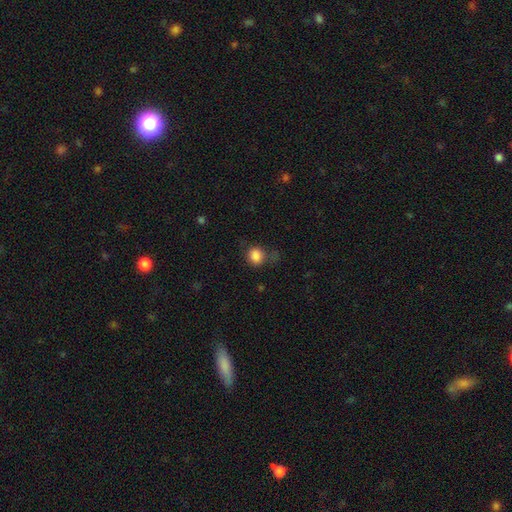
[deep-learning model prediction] Smooth or featured: smooth — 84% (star or artifact — 10%)
How rounded: round — 71% (in between — 28%)
Merging: none — 56% (minor disturbance — 26%)